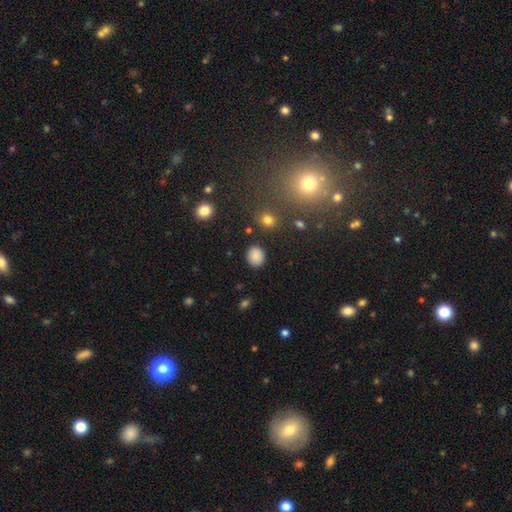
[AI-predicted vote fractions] Smooth or featured?
  - smooth: 85% *
  - star or artifact: 10%
  - featured or disk: 4%
How rounded?
  - round: 68% *
  - in between: 31%
  - cigar-shaped: 1%
Merging?
  - none: 87% *
  - minor disturbance: 9%
  - major disturbance: 3%
  - merger: 2%